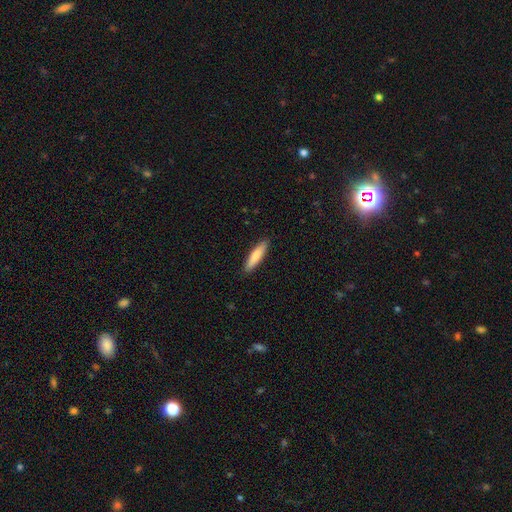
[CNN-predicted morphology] A smooth galaxy with no disk features (79%) that is cigar-shaped (80%).

Vote fractions:
- Smooth or featured? smooth: 79% / featured or disk: 16% / star or artifact: 5%
- How rounded? cigar-shaped: 80% / in between: 19% / round: 1%
- Merging? none: 91% / minor disturbance: 7% / major disturbance: 1% / merger: 1%